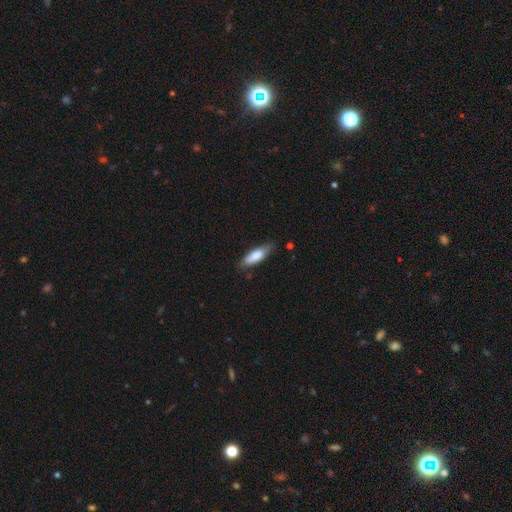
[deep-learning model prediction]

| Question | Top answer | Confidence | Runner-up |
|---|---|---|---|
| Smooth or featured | smooth | 77% | featured or disk (18%) |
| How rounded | in between | 53% | cigar-shaped (45%) |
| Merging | none | 76% | minor disturbance (19%) |